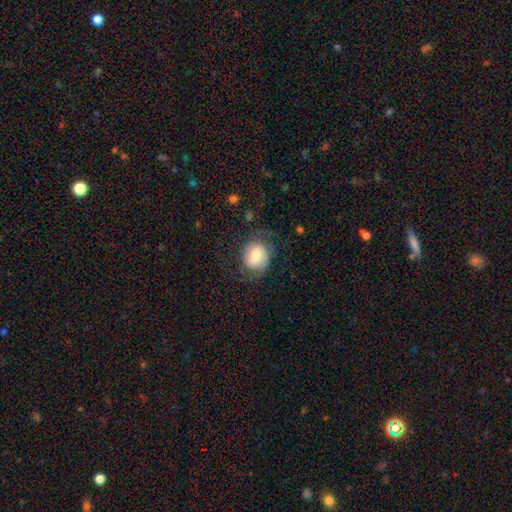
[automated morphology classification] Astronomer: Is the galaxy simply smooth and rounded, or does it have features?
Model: featured or disk — 48% (runner-up: smooth, 45%).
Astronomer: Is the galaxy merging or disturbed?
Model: none — 65%.